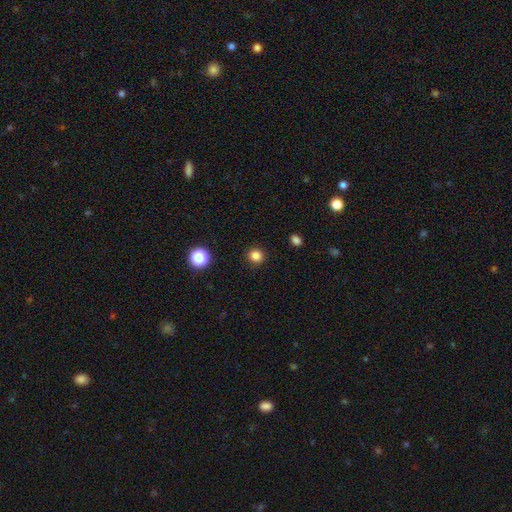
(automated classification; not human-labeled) This appears to be a smooth galaxy with no disk features (84%) that is round (92%). Merging: none (92%).